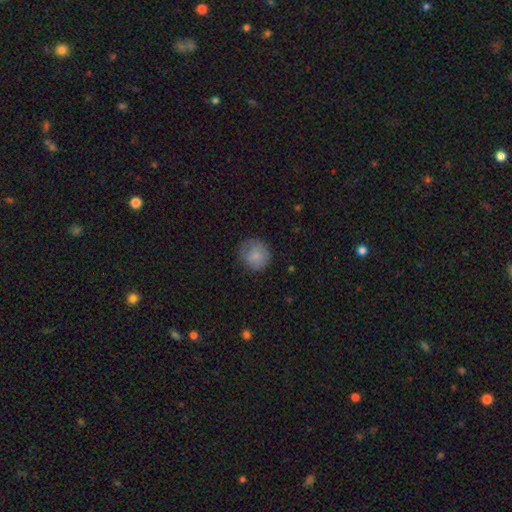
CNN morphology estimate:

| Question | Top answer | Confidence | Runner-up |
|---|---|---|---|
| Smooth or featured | smooth | 82% | featured or disk (10%) |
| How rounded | round | 87% | in between (12%) |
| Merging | none | 75% | minor disturbance (19%) |